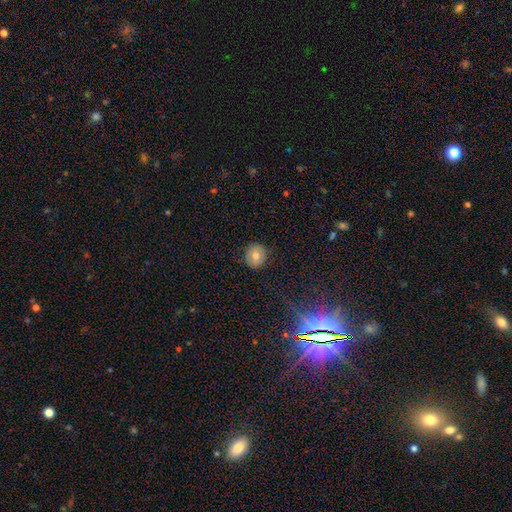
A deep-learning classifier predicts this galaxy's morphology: smooth_or_featured: smooth (p=0.71) [alt: featured or disk p=0.18]
how_rounded: round (p=0.91) [alt: in between p=0.08]
merging: none (p=0.88) [alt: minor disturbance p=0.09]